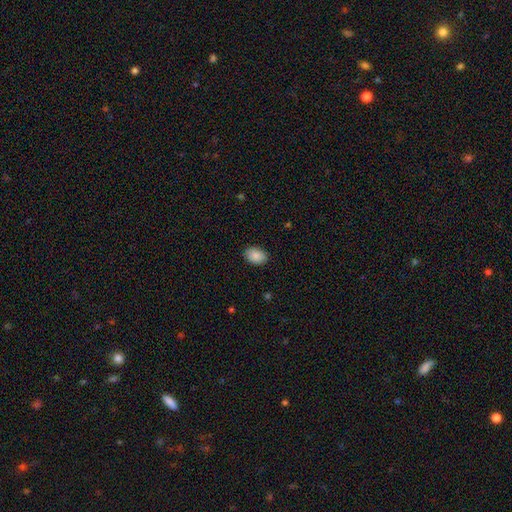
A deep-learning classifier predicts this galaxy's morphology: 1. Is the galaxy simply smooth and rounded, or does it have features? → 89% smooth, 7% star or artifact, 3% featured or disk.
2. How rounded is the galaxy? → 81% in between, 18% round, 1% cigar-shaped.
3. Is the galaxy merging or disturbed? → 88% none, 9% minor disturbance, 2% major disturbance, 1% merger.